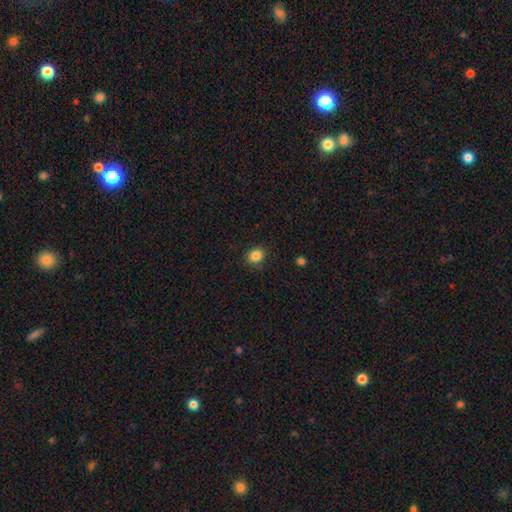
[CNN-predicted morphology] This is clearly a smooth galaxy (85%). How rounded: likely round (64%). Merging: clearly none (87%).